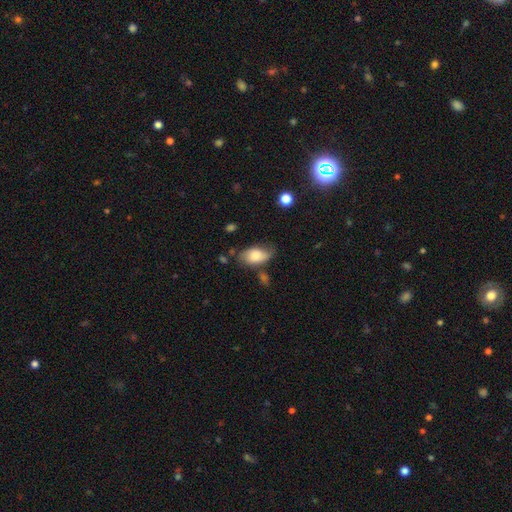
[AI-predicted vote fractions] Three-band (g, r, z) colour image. It shows a smooth galaxy with no disk features (76%) that is in between round and cigar-shaped (92%). Merging: none (60%).